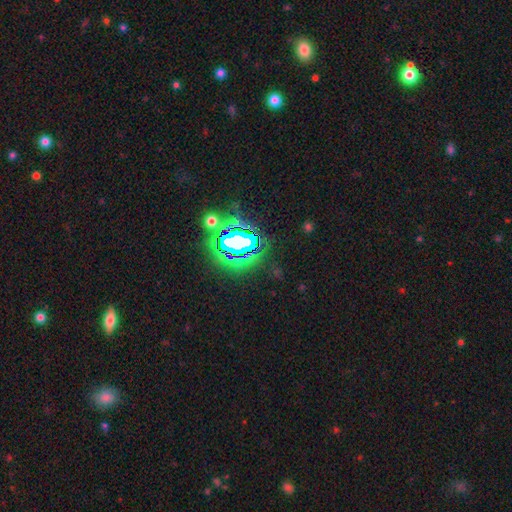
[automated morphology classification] type=star or artifact (75%).